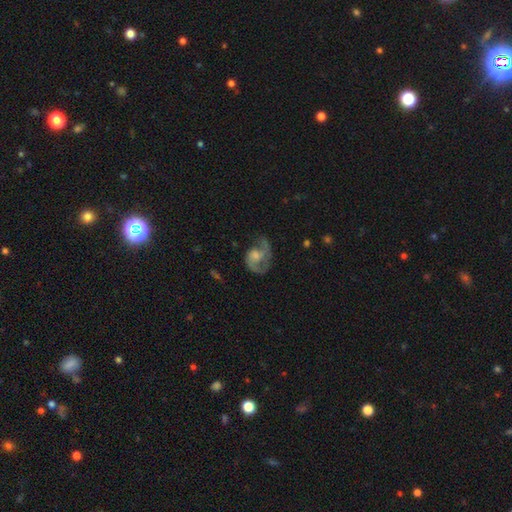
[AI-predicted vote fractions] smooth-or-featured: featured or disk: 72% | smooth: 19% | star or artifact: 9%
  disk-edge-on: no: 97% | yes: 3%
    bar: no: 70% | weak: 26% | strong: 4%
    has-spiral-arms: yes: 88% | no: 12%
      spiral-winding: medium: 47% | loose: 30% | tight: 23%
      spiral-arm-count: 2: 62% | 1: 22% | can't tell: 10% | 3: 4% | 4: 1% | more than 4: 1%
    bulge-size: moderate: 45% | small: 33% | none: 11% | large: 10% | dominant: 2%
  merging: none: 50% | major disturbance: 25% | minor disturbance: 23% | merger: 2%